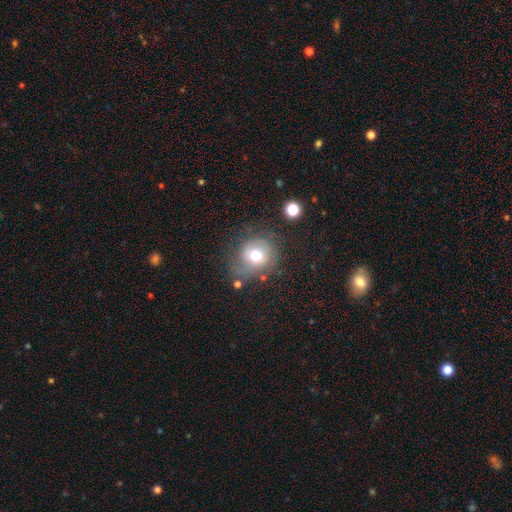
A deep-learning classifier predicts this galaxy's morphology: This appears to be a smooth galaxy with no disk features (65%) that is round (75%). Merging: none (54%).